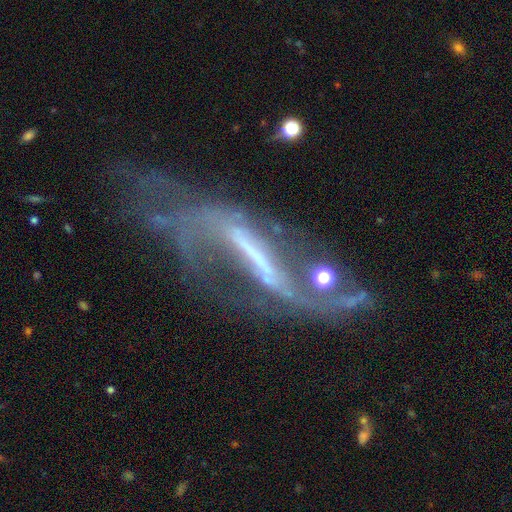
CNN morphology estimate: This is likely a featured or disk galaxy (77%). It is likely not viewed edge-on (79%). Bar: likely strong (69%). Spiral arm pattern: likely yes (68%). Central bulge: possibly none (51%). Merging: marginally major disturbance (38%).